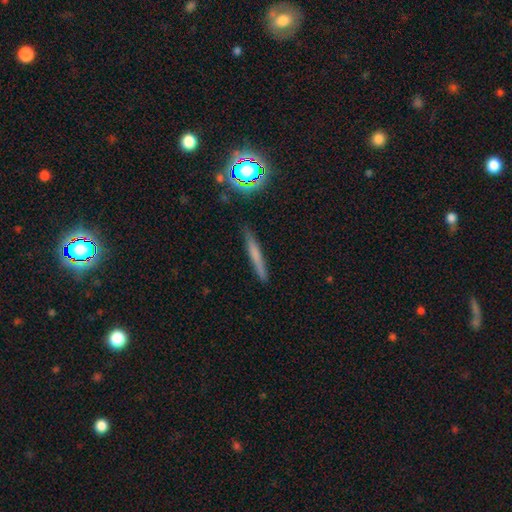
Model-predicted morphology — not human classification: Smooth or featured: smooth — 54% (featured or disk — 33%)
How rounded: cigar-shaped — 93% (in between — 4%)
Merging: none — 86% (minor disturbance — 10%)